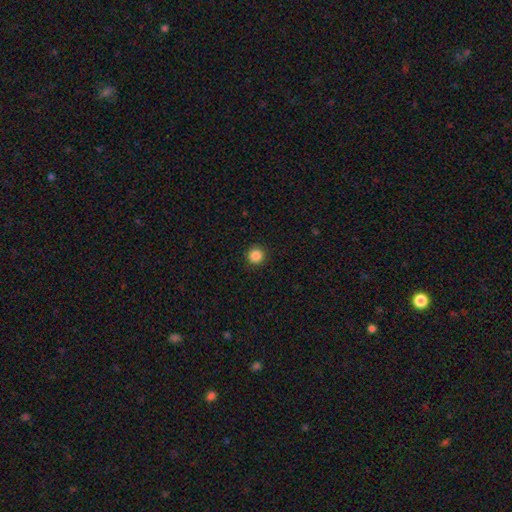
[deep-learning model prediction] A smooth galaxy with no disk features (87%) that is round (96%).

Vote fractions:
- Smooth or featured? smooth: 87% / star or artifact: 10% / featured or disk: 3%
- How rounded? round: 96% / in between: 3% / cigar-shaped: 1%
- Merging? none: 93% / minor disturbance: 5% / major disturbance: 2% / merger: 1%